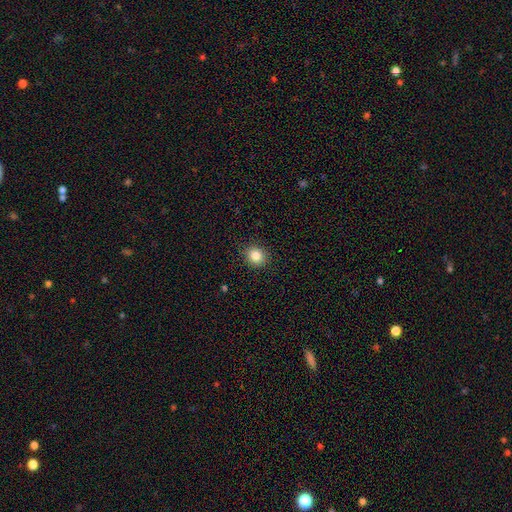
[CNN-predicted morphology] Smooth or featured? smooth (84%)
How rounded? round (82%)
Merging? none (91%)